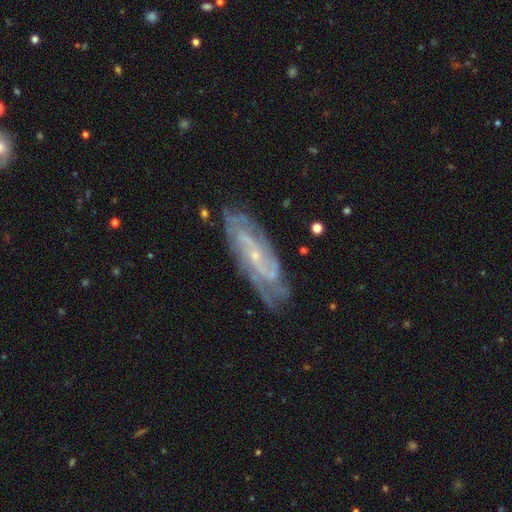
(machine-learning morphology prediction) Smooth or featured: featured or disk — 86% (smooth — 8%)
Edge-on disk: no — 89% (yes — 11%)
Bar: no — 49% (weak — 35%)
Spiral arms: yes — 96% (no — 4%)
Spiral winding: tight — 57% (medium — 34%)
Spiral arm count: 2 — 32% (can't tell — 28%)
Bulge size: small — 83% (moderate — 12%)
Merging: none — 77% (minor disturbance — 17%)